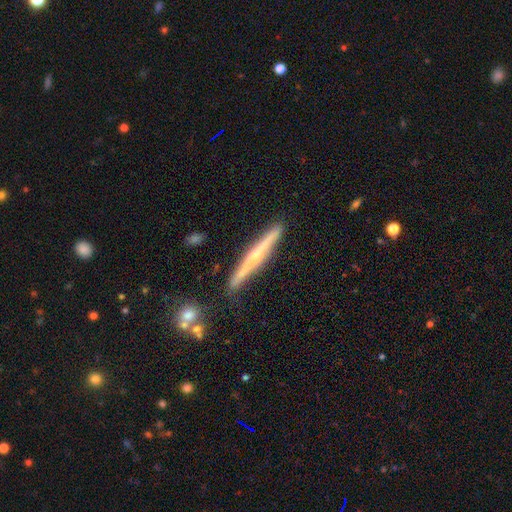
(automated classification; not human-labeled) Smooth or featured? Predicted: featured or disk (p=0.66). Edge-on disk? Predicted: yes (p=0.97). Edge-on bulge? Predicted: rounded (p=0.65). Merging? Predicted: none (p=0.88).